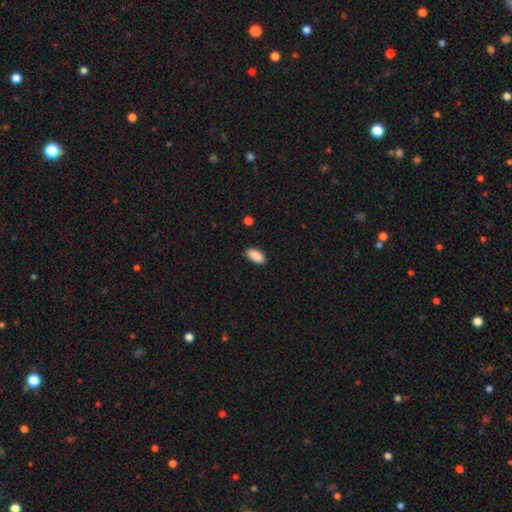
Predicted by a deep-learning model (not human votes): Smooth or featured? Predicted: smooth (p=0.90). How rounded? Predicted: in between (p=0.93). Merging? Predicted: none (p=0.87).